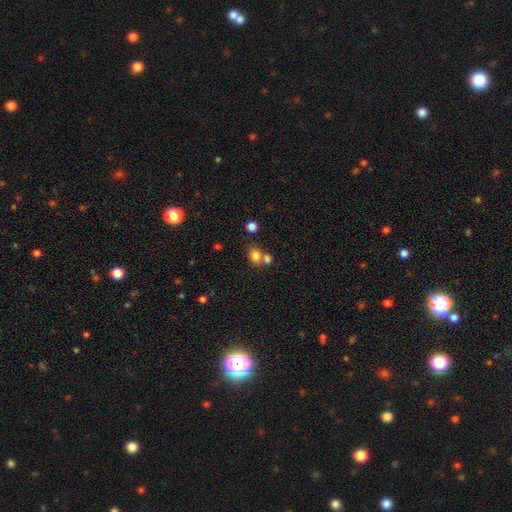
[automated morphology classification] A smooth galaxy with no disk features (78%) that is round (55%). Merging: none (48%).